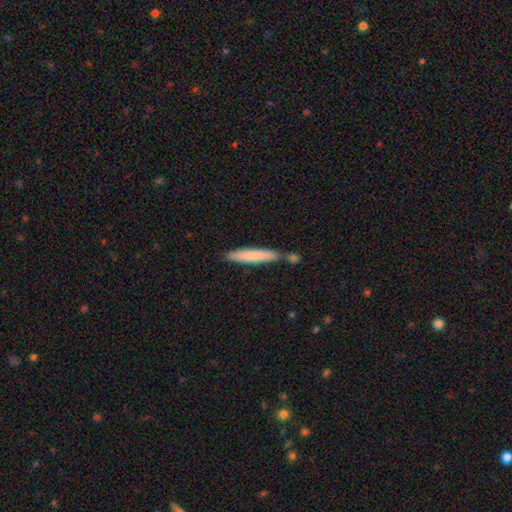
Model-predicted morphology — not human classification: type=smooth (76%); roundness=cigar-shaped (92%); merging=none (71%).